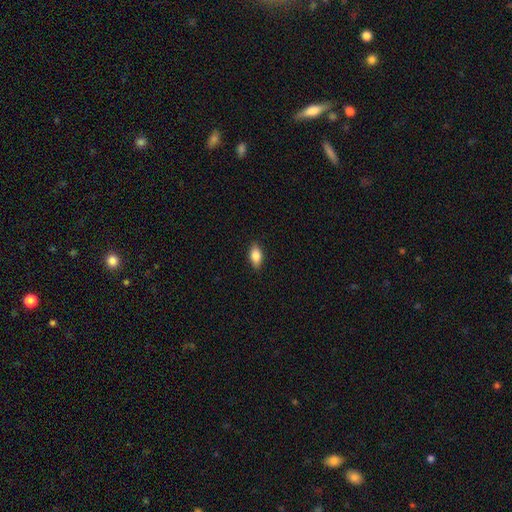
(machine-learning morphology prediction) Smooth or featured? smooth (83%)
How rounded? in between (89%)
Merging? none (87%)